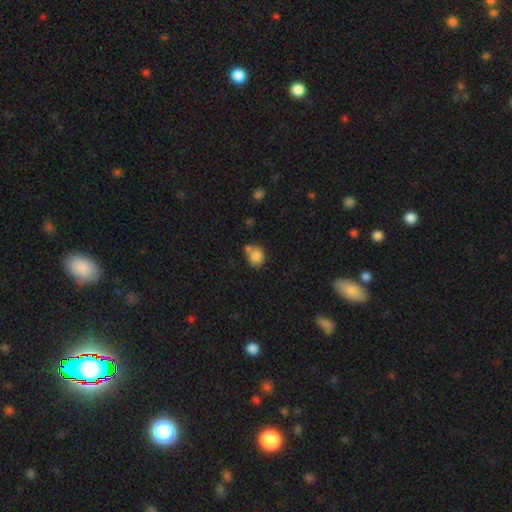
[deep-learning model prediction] This appears to be a smooth galaxy with no disk features (82%) that is round (70%). Merging: none (46%).